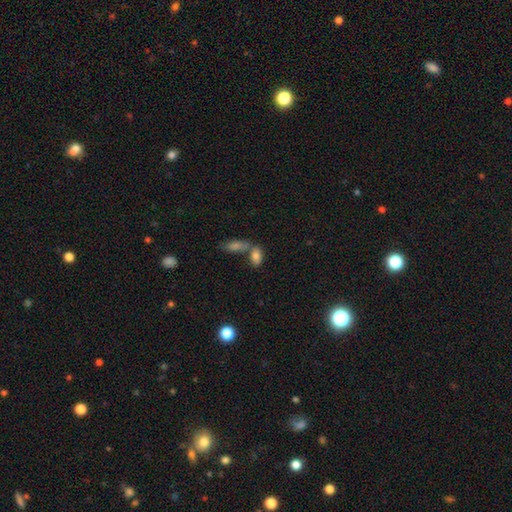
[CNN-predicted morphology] Smooth or featured: smooth — 80% (featured or disk — 11%)
How rounded: in between — 88% (cigar-shaped — 7%)
Merging: merger — 44% (none — 41%)